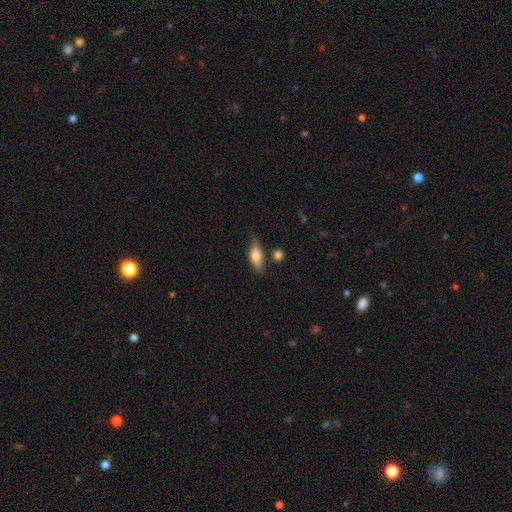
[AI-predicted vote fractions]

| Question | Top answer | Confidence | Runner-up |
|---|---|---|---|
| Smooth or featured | smooth | 74% | featured or disk (20%) |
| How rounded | in between | 69% | cigar-shaped (27%) |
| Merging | none | 72% | minor disturbance (18%) |